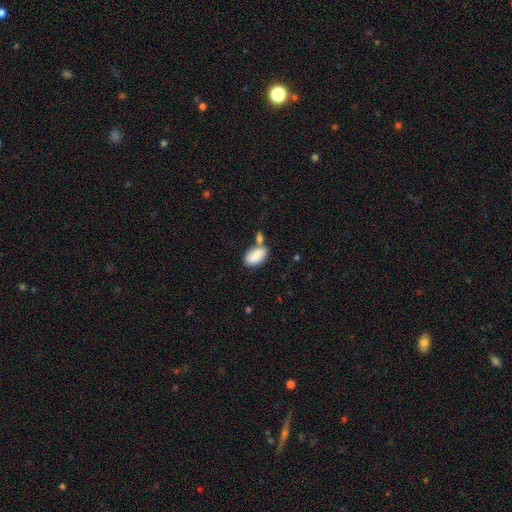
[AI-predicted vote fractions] A smooth galaxy with no disk features (85%) that is in between round and cigar-shaped (94%). Merging: none (45%).